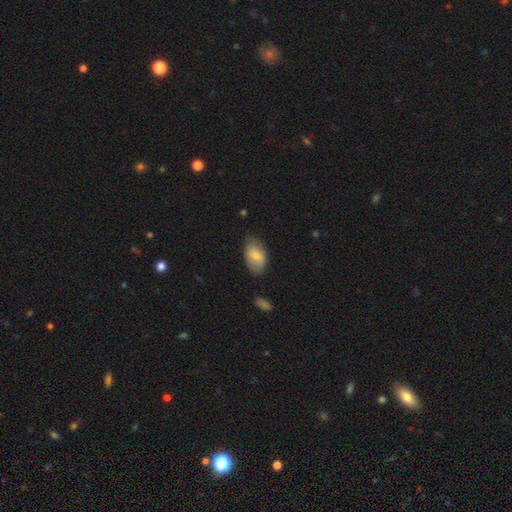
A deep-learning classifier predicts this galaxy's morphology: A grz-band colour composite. It shows a smooth galaxy with no disk features (75%) that is in between round and cigar-shaped (92%). Merging: none (68%).